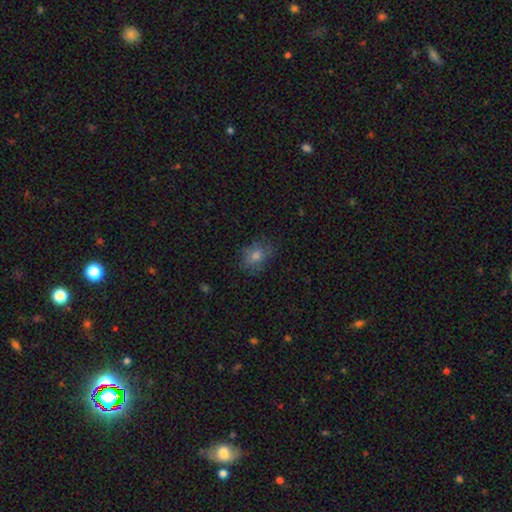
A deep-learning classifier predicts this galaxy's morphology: A smooth galaxy with no disk features (67%) that is in between round and cigar-shaped (67%).

Vote fractions:
- Smooth or featured? smooth: 67% / featured or disk: 18% / star or artifact: 15%
- How rounded? in between: 67% / round: 31% / cigar-shaped: 2%
- Merging? none: 73% / minor disturbance: 19% / major disturbance: 6% / merger: 1%